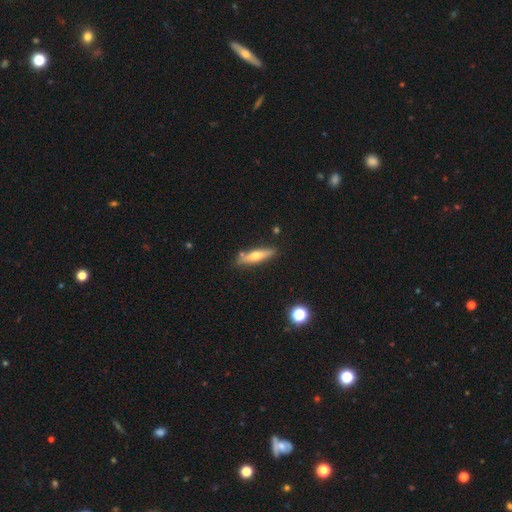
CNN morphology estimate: smooth 49%, featured or disk 45%, star or artifact 6%. Down the decision tree: merging — none (81%).